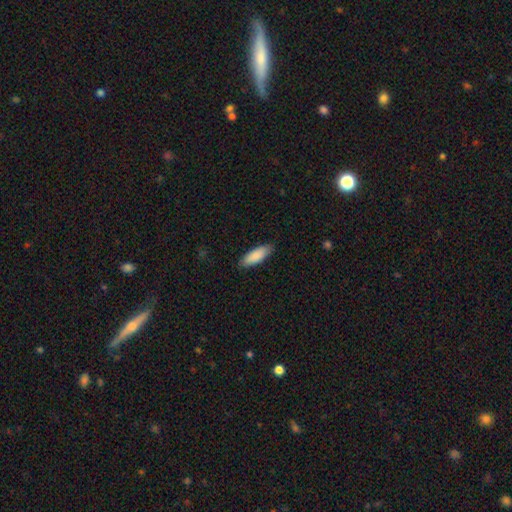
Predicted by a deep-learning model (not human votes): Smooth or featured: smooth — 89% (featured or disk — 6%)
How rounded: in between — 62% (cigar-shaped — 37%)
Merging: none — 87% (minor disturbance — 10%)